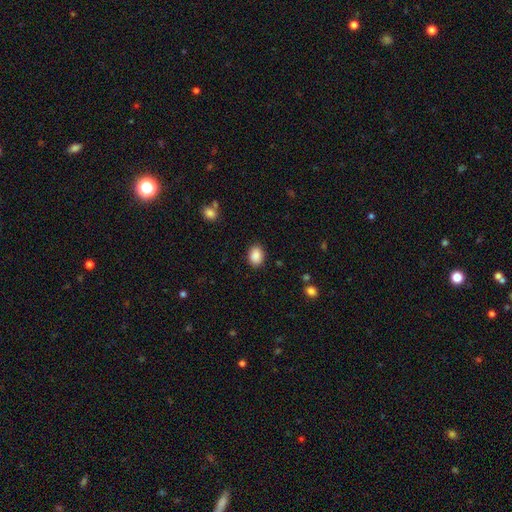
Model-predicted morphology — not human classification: Overall: smooth (89%). How rounded: in between (71%). Merging: none (88%).